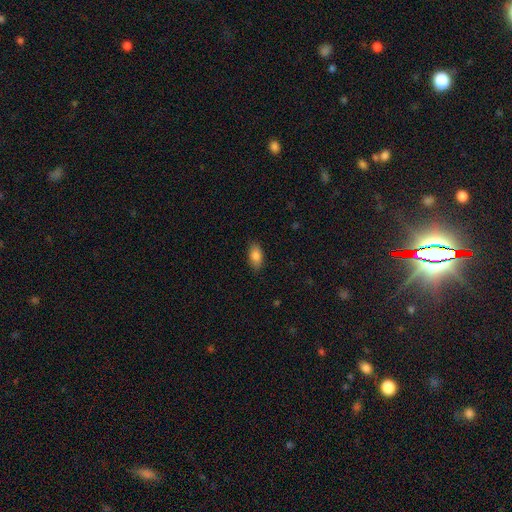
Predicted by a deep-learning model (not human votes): Smooth or featured? Predicted: smooth (p=0.85). How rounded? Predicted: in between (p=0.92). Merging? Predicted: none (p=0.87).